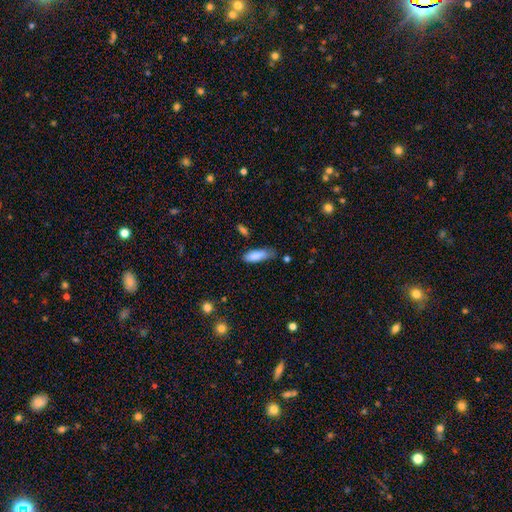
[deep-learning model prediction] Morphology: type=smooth (84%); roundness=in between (59%); merging=none (55%).